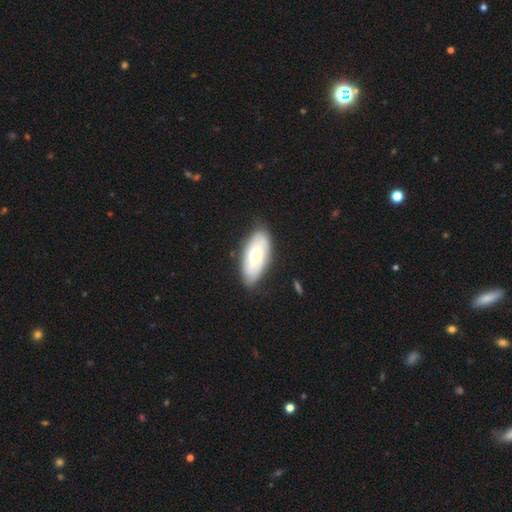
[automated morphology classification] Q: Smooth or featured?
A: smooth (51%); runner-up: featured or disk (43%)
Q: How rounded?
A: in between (88%); runner-up: cigar-shaped (9%)
Q: Merging?
A: none (77%); runner-up: minor disturbance (17%)